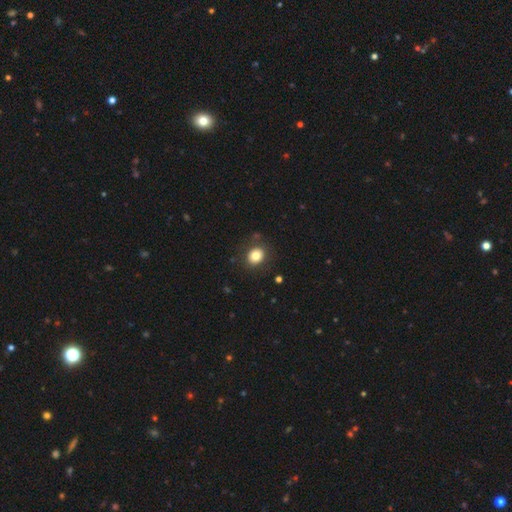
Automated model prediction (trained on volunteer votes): smooth_or_featured: smooth (p=0.80) [alt: star or artifact p=0.10]
how_rounded: round (p=0.65) [alt: in between p=0.34]
merging: none (p=0.84) [alt: minor disturbance p=0.10]